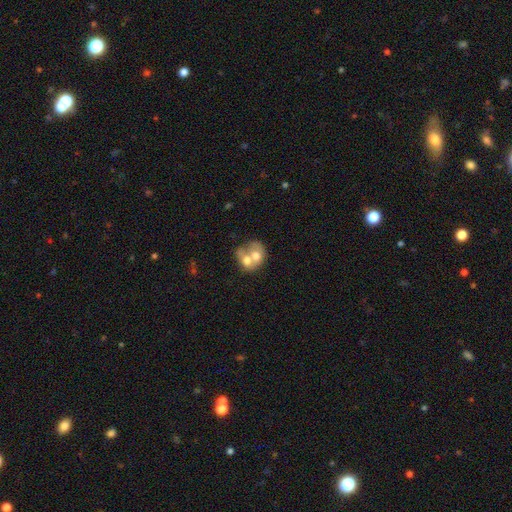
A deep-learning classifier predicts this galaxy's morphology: Smooth or featured? smooth (56%)
How rounded? round (55%)
Merging? merger (73%)